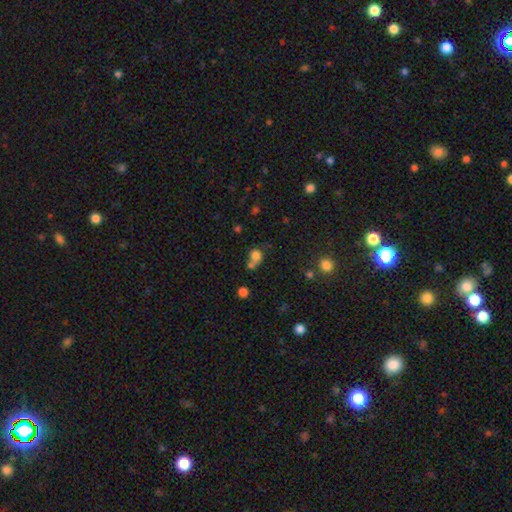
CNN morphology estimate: Smooth or featured: smooth — 74% (star or artifact — 14%)
How rounded: round — 68% (in between — 30%)
Merging: merger — 43% (none — 33%)